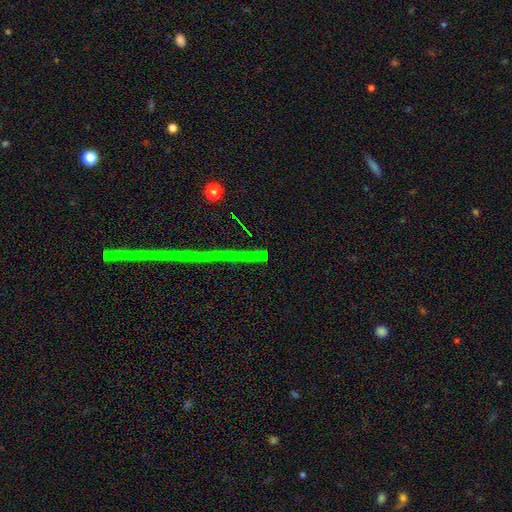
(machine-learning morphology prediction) Overall: star or artifact (79%).